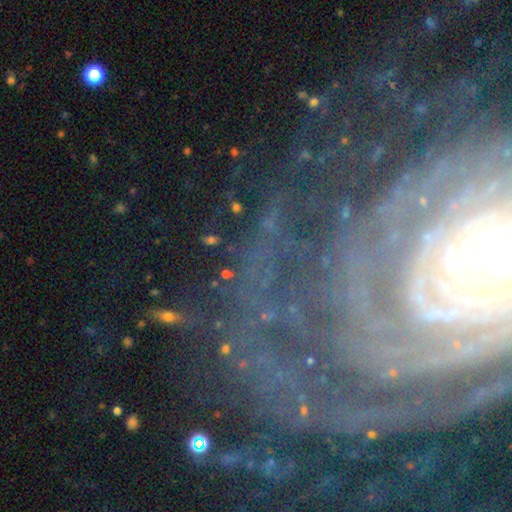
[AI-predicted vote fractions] A star or artifact, not a galaxy (51%).